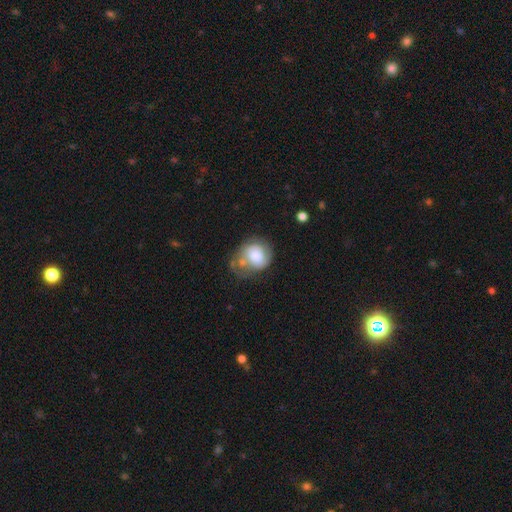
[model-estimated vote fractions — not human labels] This appears to be a smooth galaxy with no disk features (61%) that is round (68%). Merging: none (35%).